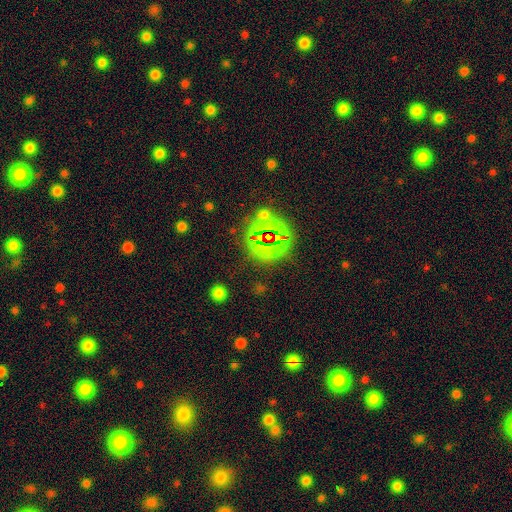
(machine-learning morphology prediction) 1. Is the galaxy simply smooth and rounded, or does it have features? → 68% star or artifact, 20% smooth, 12% featured or disk.